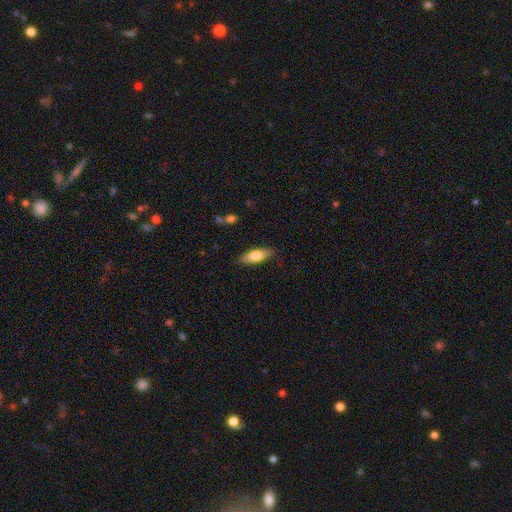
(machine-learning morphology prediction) smooth 69%, featured or disk 25%, star or artifact 6%. Down the decision tree: how rounded — in between (66%); merging — none (83%).